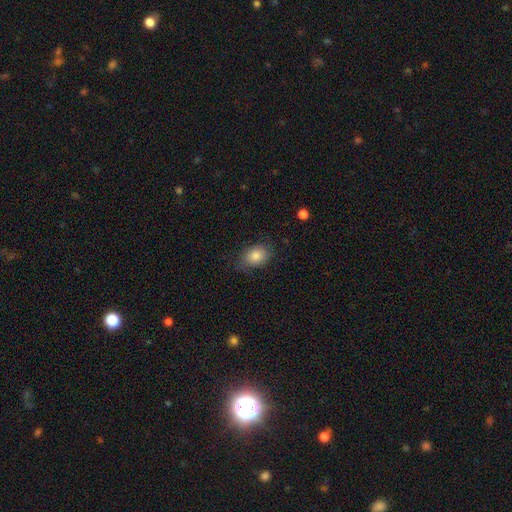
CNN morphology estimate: A smooth galaxy with no disk features (83%) that is in between round and cigar-shaped (70%).

Vote fractions:
- Smooth or featured? smooth: 83% / featured or disk: 9% / star or artifact: 8%
- How rounded? in between: 70% / round: 29% / cigar-shaped: 1%
- Merging? none: 72% / minor disturbance: 22% / major disturbance: 5% / merger: 1%